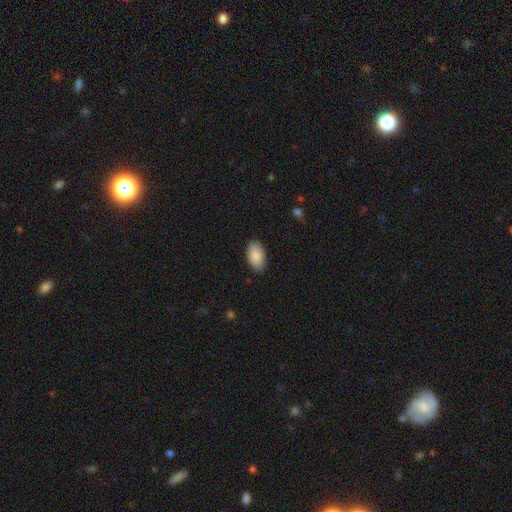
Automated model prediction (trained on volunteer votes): Smooth or featured?
  - smooth: 87% *
  - featured or disk: 6%
  - star or artifact: 6%
How rounded?
  - in between: 94% *
  - round: 4%
  - cigar-shaped: 1%
Merging?
  - none: 87% *
  - minor disturbance: 10%
  - major disturbance: 2%
  - merger: 1%